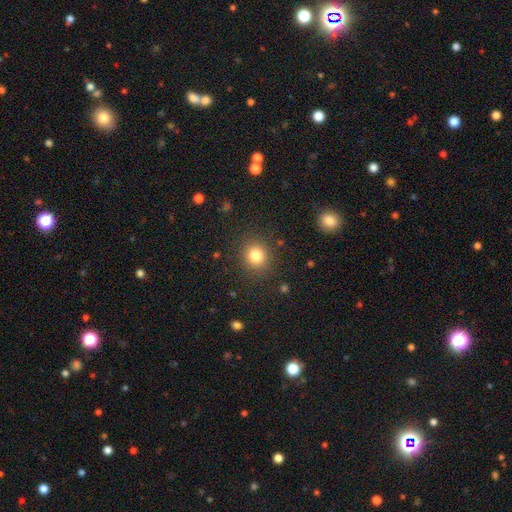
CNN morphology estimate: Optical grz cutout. It shows a smooth galaxy with no disk features (81%) that is round (81%). Merging: none (87%).